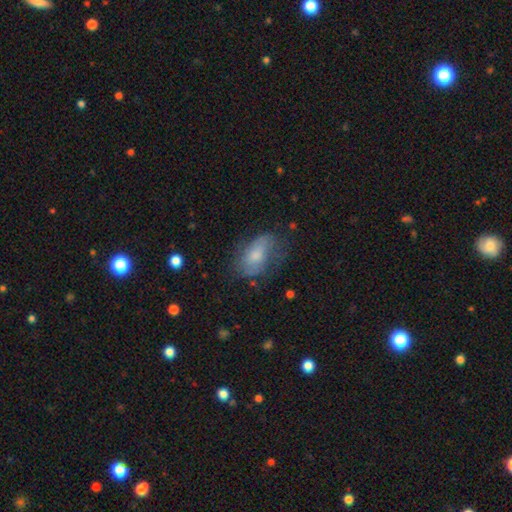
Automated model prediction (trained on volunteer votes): Overall: smooth (58%; featured or disk 32%). How rounded: in between (88%). Merging: none (55%; minor disturbance 27%).